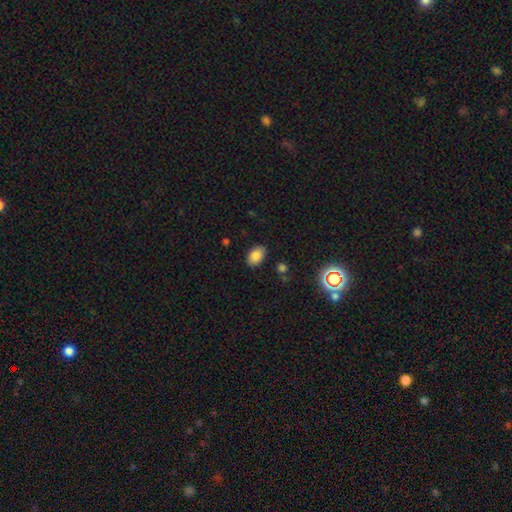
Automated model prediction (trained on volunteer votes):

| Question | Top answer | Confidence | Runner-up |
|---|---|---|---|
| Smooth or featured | smooth | 85% | star or artifact (10%) |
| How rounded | in between | 87% | round (12%) |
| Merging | none | 86% | minor disturbance (10%) |